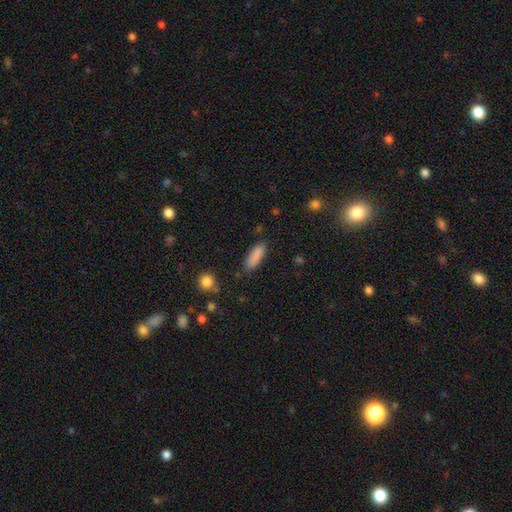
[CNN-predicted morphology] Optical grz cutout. It shows a smooth galaxy with no disk features (86%) that is in between round and cigar-shaped (56%). Merging: none (77%).